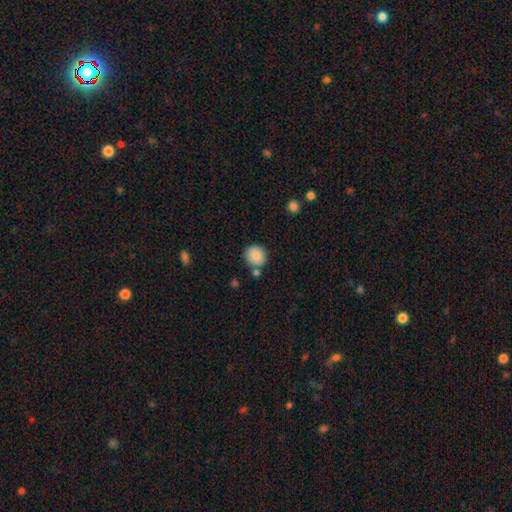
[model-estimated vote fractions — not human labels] Overall: smooth (88%). How rounded: round (85%). Merging: none (74%).